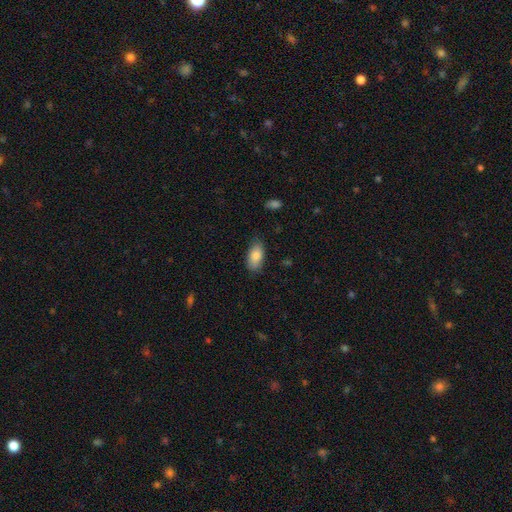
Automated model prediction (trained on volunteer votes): Smooth or featured? smooth (85%)
How rounded? in between (92%)
Merging? none (80%)